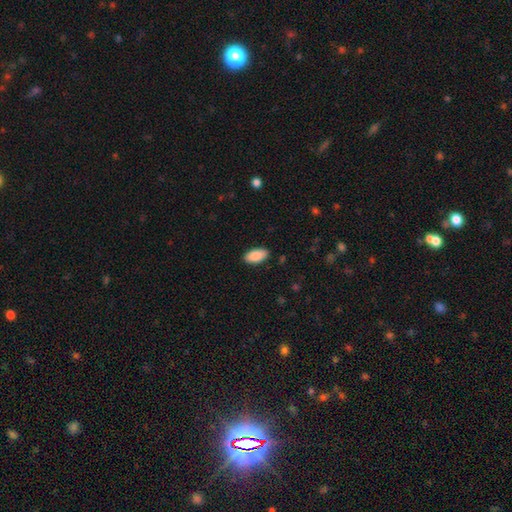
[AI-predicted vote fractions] This is clearly a smooth galaxy (88%). How rounded: clearly in between (93%). Merging: clearly none (88%).